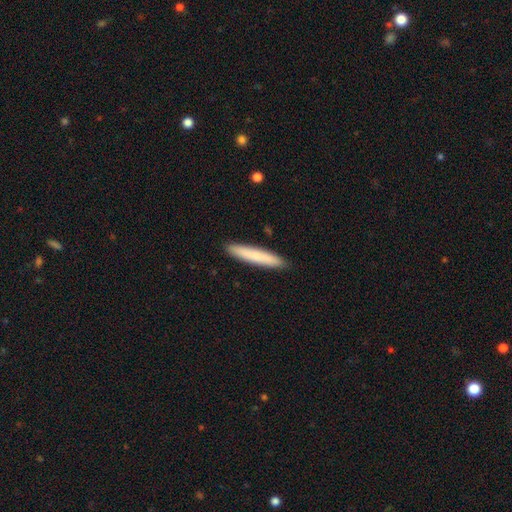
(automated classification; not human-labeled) This appears to be a smooth galaxy with no disk features (78%) that is cigar-shaped (93%). Merging: none (91%).